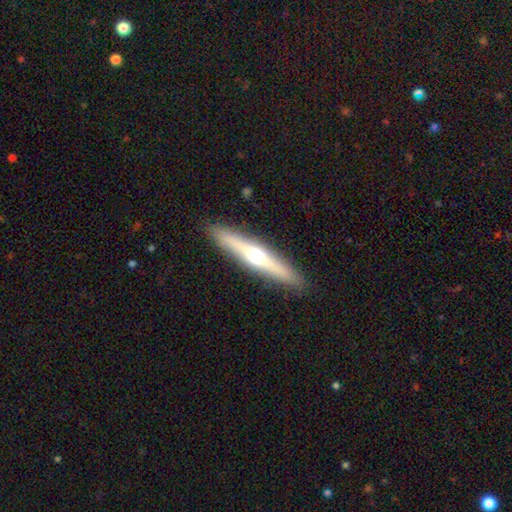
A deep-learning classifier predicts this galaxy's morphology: Smooth or featured? featured or disk (63%)
Edge-on disk? yes (96%)
Edge-on bulge? rounded (92%)
Merging? none (91%)